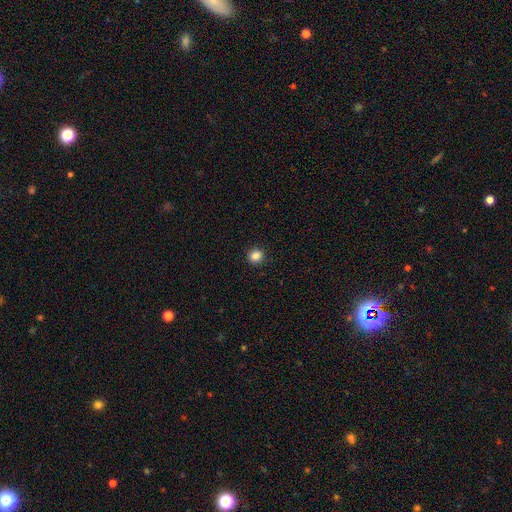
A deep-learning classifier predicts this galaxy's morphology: smooth-or-featured: smooth: 86% | star or artifact: 11% | featured or disk: 3%
  how-rounded: round: 89% | in between: 10% | cigar-shaped: 1%
  merging: none: 91% | minor disturbance: 6% | major disturbance: 2% | merger: 1%